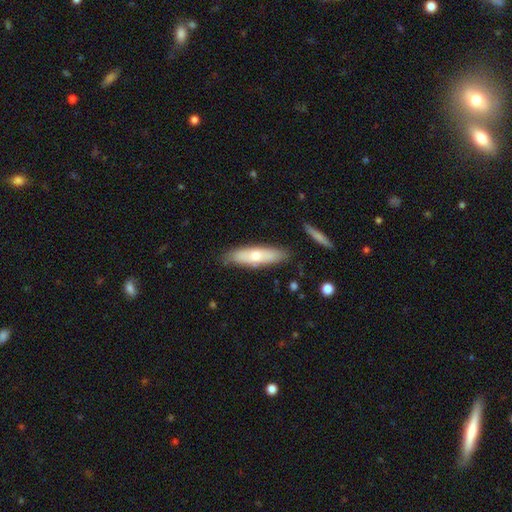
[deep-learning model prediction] Smooth or featured? smooth (60%)
How rounded? cigar-shaped (59%)
Merging? none (83%)